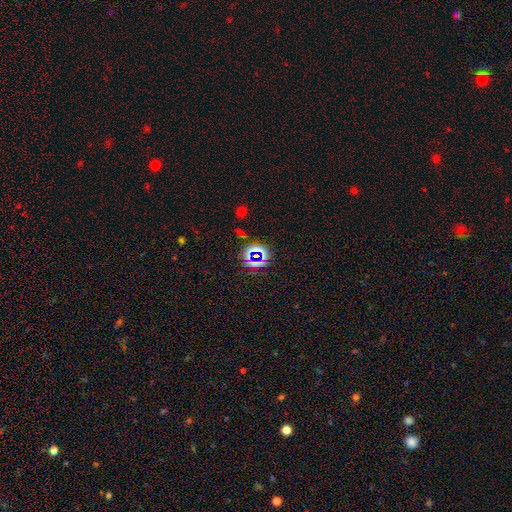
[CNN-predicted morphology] Smooth or featured?
  - star or artifact: 66% *
  - smooth: 24%
  - featured or disk: 10%